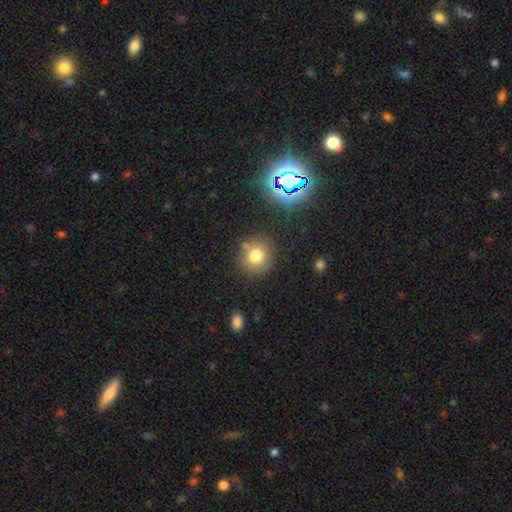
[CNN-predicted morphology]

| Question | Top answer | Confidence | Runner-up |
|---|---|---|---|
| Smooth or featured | smooth | 76% | star or artifact (15%) |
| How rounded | round | 87% | in between (12%) |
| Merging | none | 80% | minor disturbance (11%) |